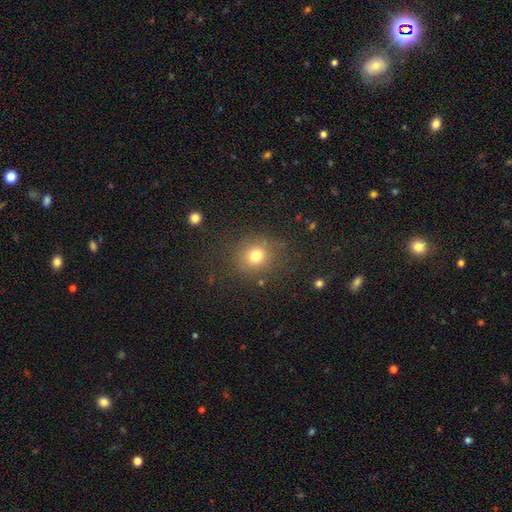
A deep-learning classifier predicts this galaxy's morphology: A smooth galaxy with no disk features (76%) that is round (84%).

Vote fractions:
- Smooth or featured? smooth: 76% / star or artifact: 15% / featured or disk: 8%
- How rounded? round: 84% / in between: 15% / cigar-shaped: 1%
- Merging? none: 81% / minor disturbance: 11% / major disturbance: 5% / merger: 2%